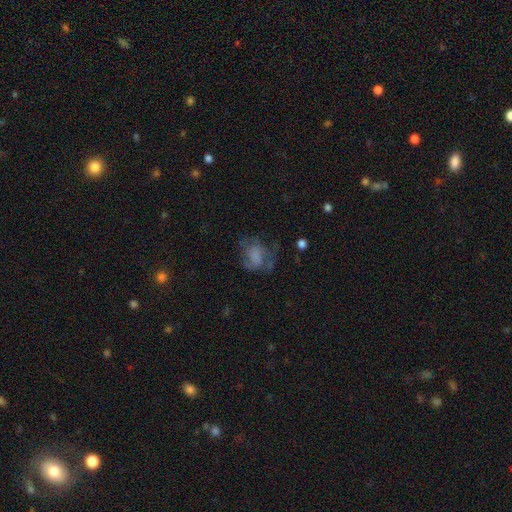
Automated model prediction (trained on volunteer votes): This appears to be a smooth galaxy with no disk features (51%) that is in between round and cigar-shaped (52%). Merging: none (39%).